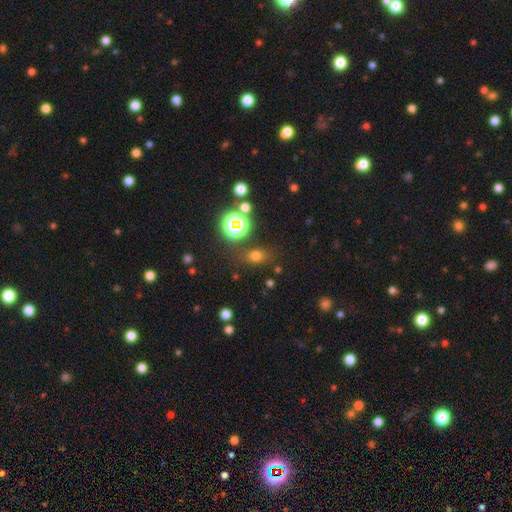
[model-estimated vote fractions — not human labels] smooth_or_featured: smooth (p=0.64) [alt: star or artifact p=0.27]
how_rounded: in between (p=0.55) [alt: round p=0.42]
merging: none (p=0.78) [alt: minor disturbance p=0.12]